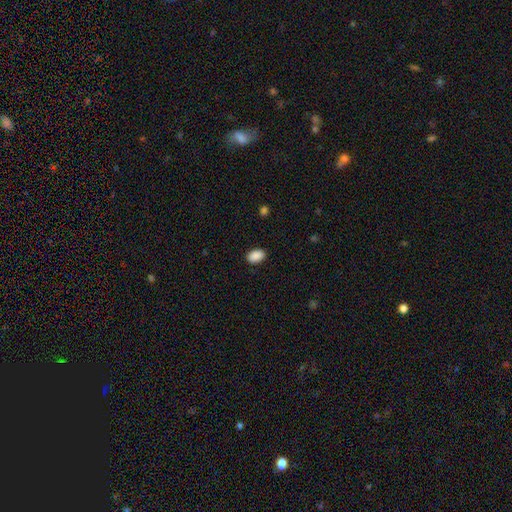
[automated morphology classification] Q: Smooth or featured?
A: smooth (90%); runner-up: star or artifact (7%)
Q: How rounded?
A: in between (89%); runner-up: round (10%)
Q: Merging?
A: none (89%); runner-up: minor disturbance (8%)